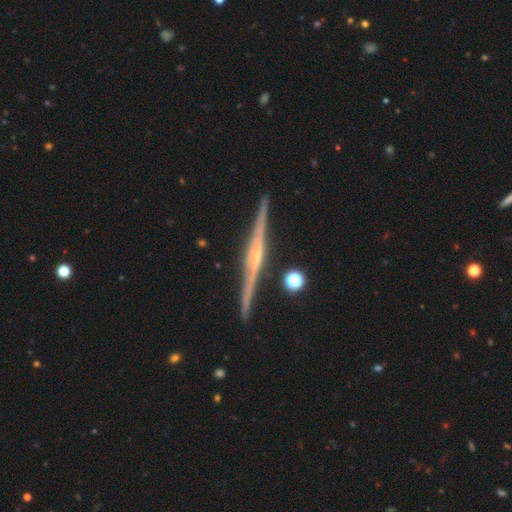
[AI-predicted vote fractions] The model was most divided on "edge-on bulge": rounded: 65%, none: 19%, boxy: 16%. More confident: edge-on disk — yes (99%); merging — none (91%); smooth or featured — featured or disk (87%).